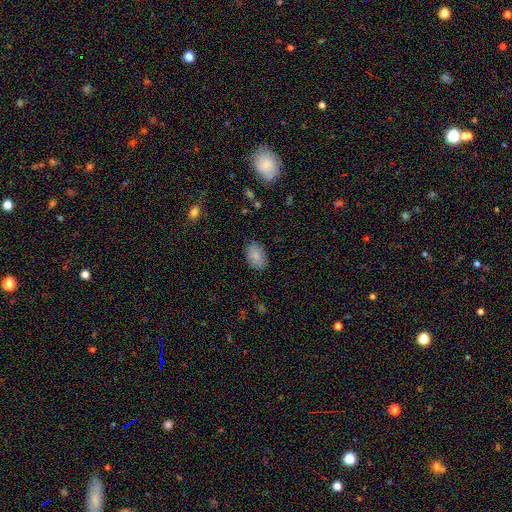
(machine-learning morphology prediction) smooth_or_featured: smooth (p=0.84) [alt: featured or disk p=0.08]
how_rounded: in between (p=0.87) [alt: round p=0.12]
merging: none (p=0.85) [alt: minor disturbance p=0.11]